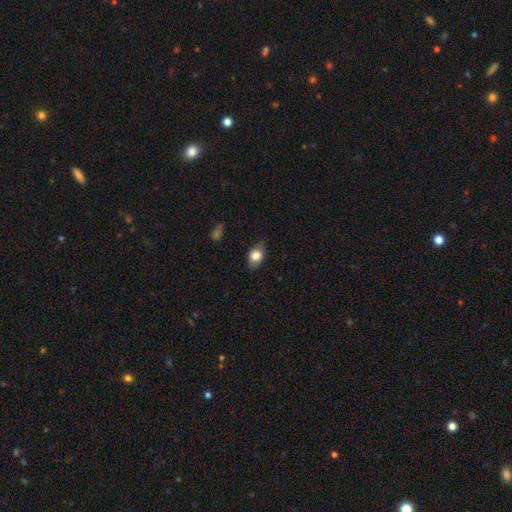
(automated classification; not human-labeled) Smooth or featured? smooth (77%)
How rounded? in between (77%)
Merging? none (74%)